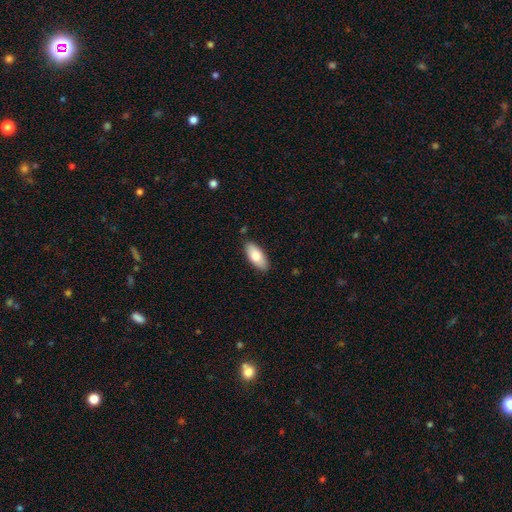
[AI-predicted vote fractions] Smooth or featured?
  - smooth: 79% *
  - featured or disk: 15%
  - star or artifact: 6%
How rounded?
  - in between: 86% *
  - cigar-shaped: 12%
  - round: 2%
Merging?
  - none: 85% *
  - minor disturbance: 11%
  - major disturbance: 2%
  - merger: 2%